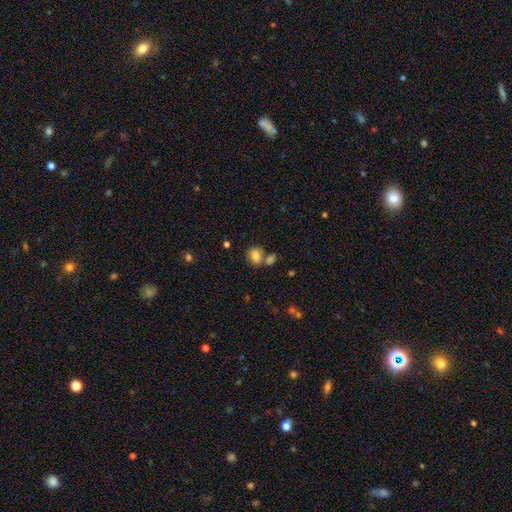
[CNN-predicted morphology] smooth 82%, star or artifact 10%, featured or disk 8%. Down the decision tree: how rounded — in between (53%); merging — none (50%).